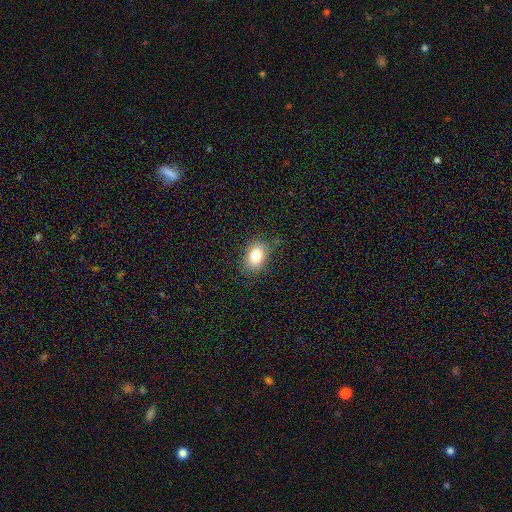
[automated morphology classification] type=smooth (80%); roundness=in between (77%); merging=none (78%).